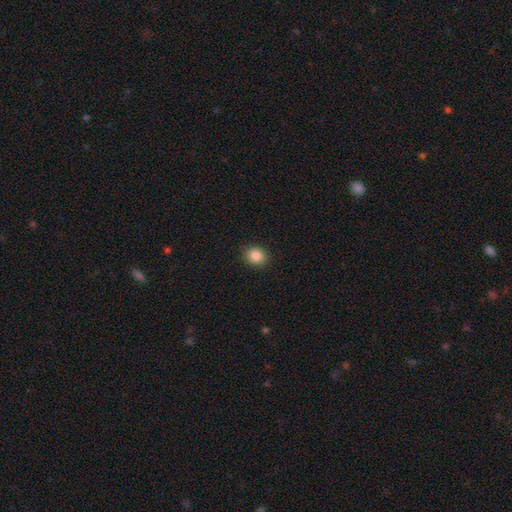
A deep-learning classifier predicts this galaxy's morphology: Q: Smooth or featured?
A: smooth (86%); runner-up: star or artifact (10%)
Q: How rounded?
A: round (67%); runner-up: in between (32%)
Q: Merging?
A: none (90%); runner-up: minor disturbance (7%)